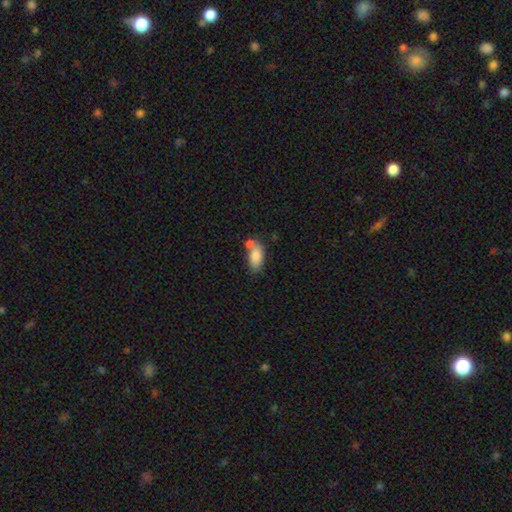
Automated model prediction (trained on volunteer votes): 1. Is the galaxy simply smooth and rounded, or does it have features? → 84% smooth, 9% featured or disk, 7% star or artifact.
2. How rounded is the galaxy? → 90% in between, 6% cigar-shaped, 4% round.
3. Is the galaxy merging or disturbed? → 48% none, 31% merger, 15% minor disturbance, 5% major disturbance.